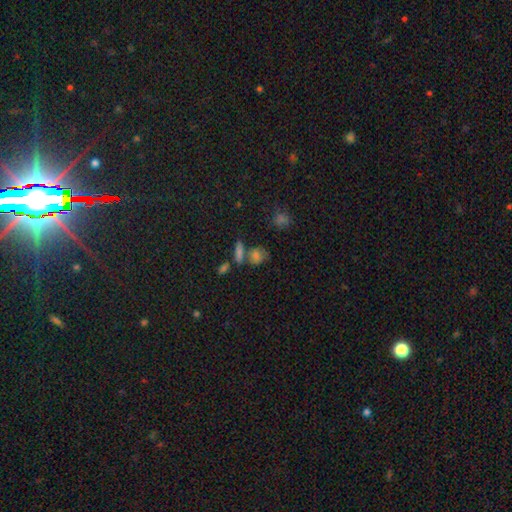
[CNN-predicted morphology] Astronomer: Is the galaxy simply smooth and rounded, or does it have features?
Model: star or artifact — 49% (runner-up: smooth, 36%).